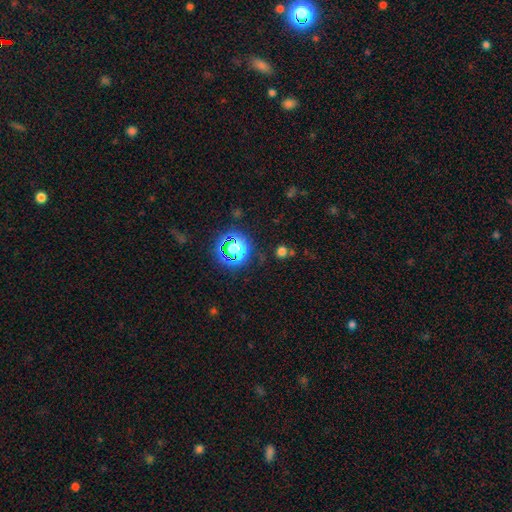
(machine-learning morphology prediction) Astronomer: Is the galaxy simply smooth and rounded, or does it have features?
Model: star or artifact — 68%.